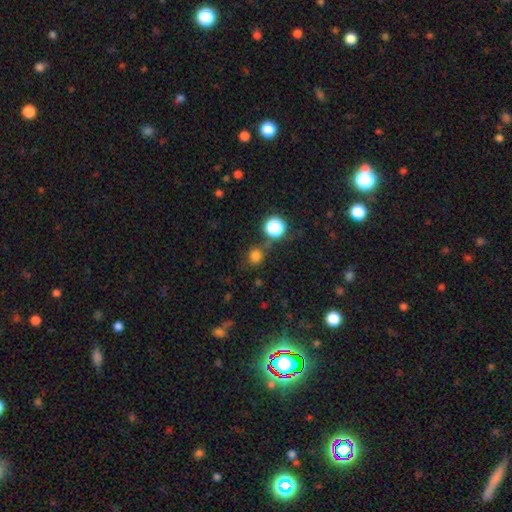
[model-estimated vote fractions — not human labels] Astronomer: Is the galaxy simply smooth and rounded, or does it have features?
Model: smooth — 75%.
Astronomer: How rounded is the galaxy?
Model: round — 89%.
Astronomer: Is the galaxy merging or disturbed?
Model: none — 75%.